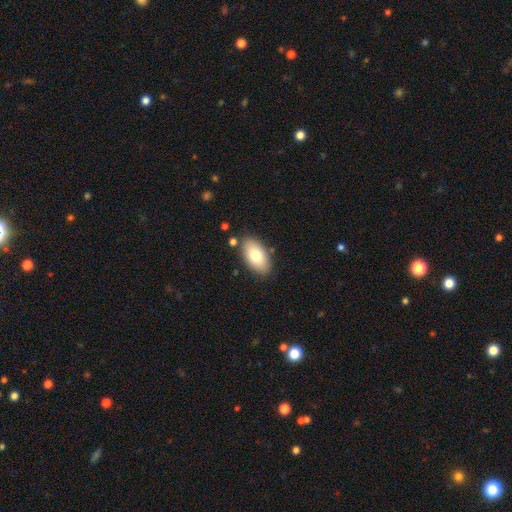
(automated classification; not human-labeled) Smooth or featured?
  - smooth: 77% *
  - featured or disk: 16%
  - star or artifact: 7%
How rounded?
  - in between: 94% *
  - round: 4%
  - cigar-shaped: 2%
Merging?
  - none: 83% *
  - minor disturbance: 11%
  - merger: 3%
  - major disturbance: 3%